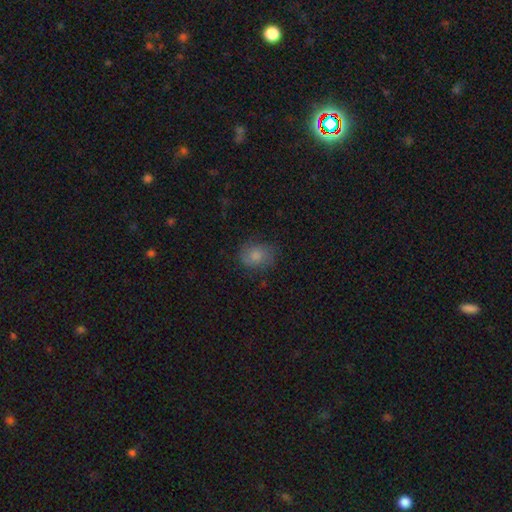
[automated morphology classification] This appears to be a smooth galaxy with no disk features (75%) that is round (56%). Merging: none (71%).